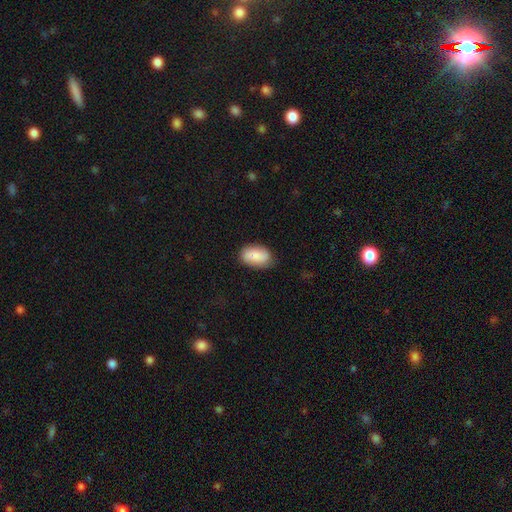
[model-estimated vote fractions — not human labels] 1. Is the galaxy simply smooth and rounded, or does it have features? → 78% smooth, 15% featured or disk, 7% star or artifact.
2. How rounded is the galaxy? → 92% in between, 6% round, 2% cigar-shaped.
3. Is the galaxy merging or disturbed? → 77% none, 18% minor disturbance, 4% major disturbance, 1% merger.